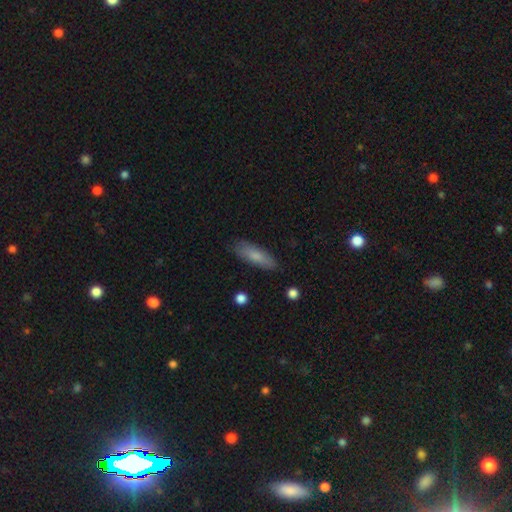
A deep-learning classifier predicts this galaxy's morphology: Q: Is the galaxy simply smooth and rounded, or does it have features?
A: smooth — 78%.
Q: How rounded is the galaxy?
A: cigar-shaped — 49%, tied with in between.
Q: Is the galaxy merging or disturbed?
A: none — 83%.